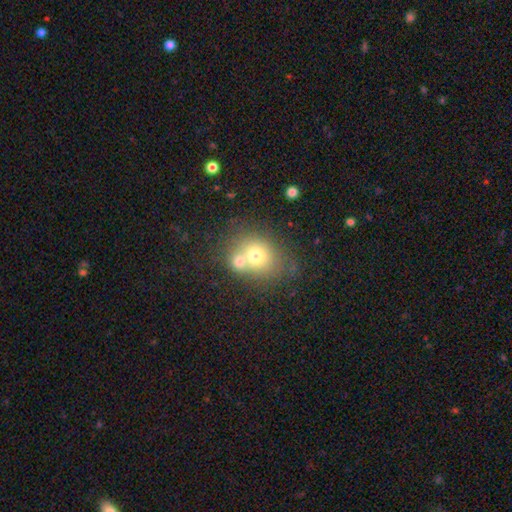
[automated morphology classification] A smooth galaxy with no disk features (66%) that is round (61%).

Vote fractions:
- Smooth or featured? smooth: 66% / featured or disk: 21% / star or artifact: 12%
- How rounded? round: 61% / in between: 38% / cigar-shaped: 1%
- Merging? merger: 49% / none: 36% / minor disturbance: 10% / major disturbance: 5%